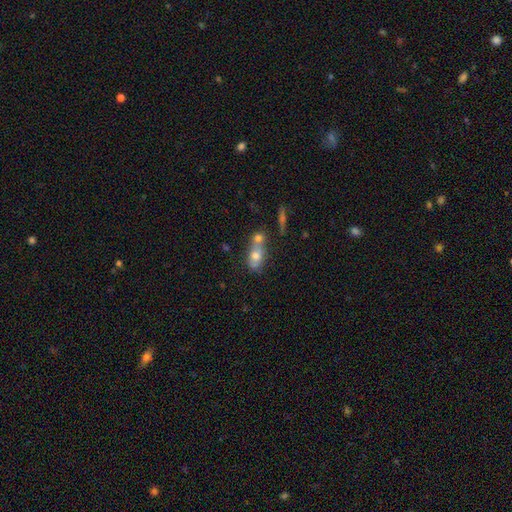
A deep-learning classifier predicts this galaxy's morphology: The model was most divided on "merging": merger: 53%, none: 30%, minor disturbance: 11%, major disturbance: 6%. More confident: how rounded — in between (72%); smooth or featured — smooth (66%).